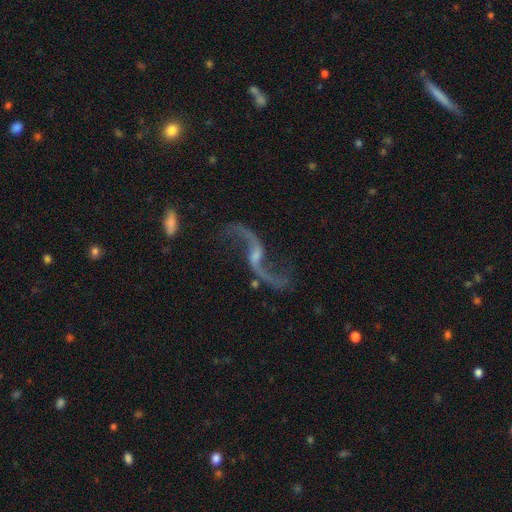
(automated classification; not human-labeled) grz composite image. It shows a featured or disk galaxy (92%) with no bar (44%), 2 (94%) loose (95%) spiral arms (97%) and a small central bulge (54%). Merging: none (73%).